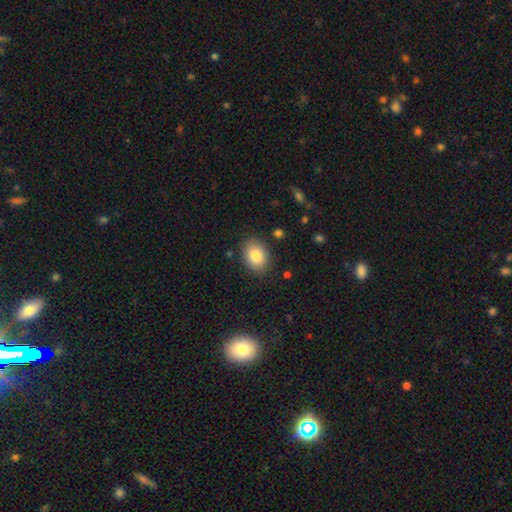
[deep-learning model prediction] Smooth or featured? smooth (84%)
How rounded? in between (66%)
Merging? none (85%)